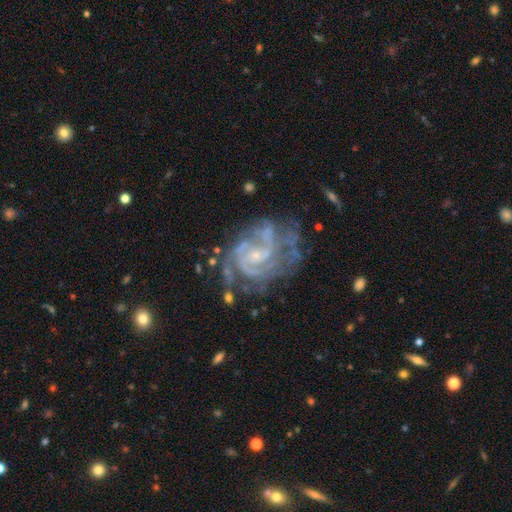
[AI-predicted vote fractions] This appears to be a featured or disk galaxy (89%) with no bar (53%), 2 (35%) tight (54%) spiral arms (96%) and a small central bulge (69%). Merging: none (57%).